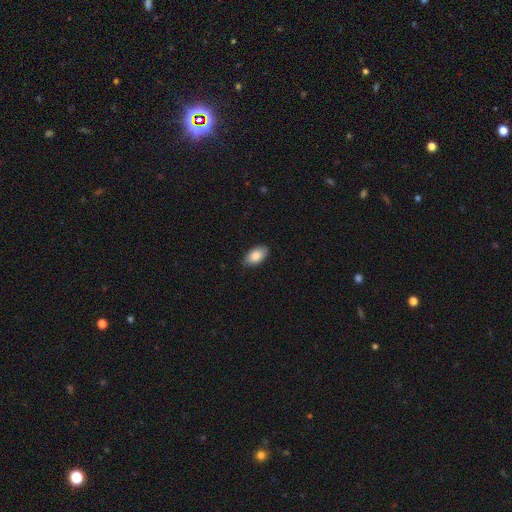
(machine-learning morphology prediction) smooth-or-featured: smooth: 85% | featured or disk: 8% | star or artifact: 6%
  how-rounded: in between: 94% | round: 4% | cigar-shaped: 2%
  merging: none: 86% | minor disturbance: 11% | major disturbance: 2% | merger: 1%